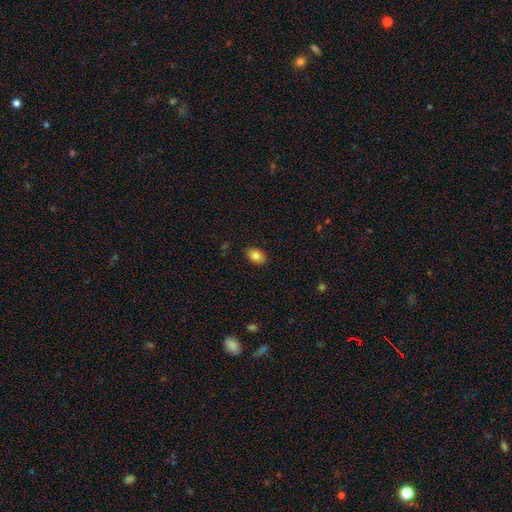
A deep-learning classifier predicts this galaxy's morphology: Smooth or featured: smooth — 85% (star or artifact — 8%)
How rounded: in between — 87% (round — 11%)
Merging: none — 88% (minor disturbance — 9%)